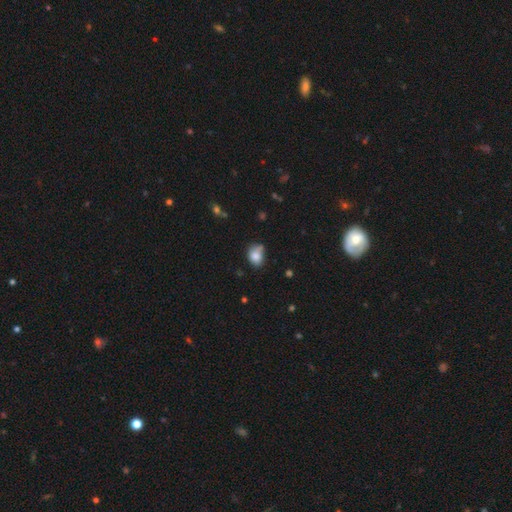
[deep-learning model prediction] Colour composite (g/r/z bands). It shows a smooth galaxy with no disk features (80%) that is in between round and cigar-shaped (60%). Merging: none (45%).